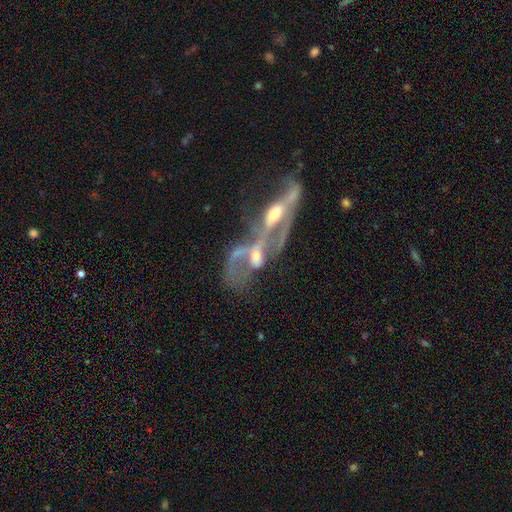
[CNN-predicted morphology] Q: Smooth or featured?
A: featured or disk (73%); runner-up: smooth (17%)
Q: Edge-on disk?
A: no (89%); runner-up: yes (11%)
Q: Bar?
A: no (57%); runner-up: weak (30%)
Q: Spiral arms?
A: yes (65%); runner-up: no (35%)
Q: Bulge size?
A: moderate (54%); runner-up: small (25%)
Q: Merging?
A: merger (78%); runner-up: major disturbance (11%)